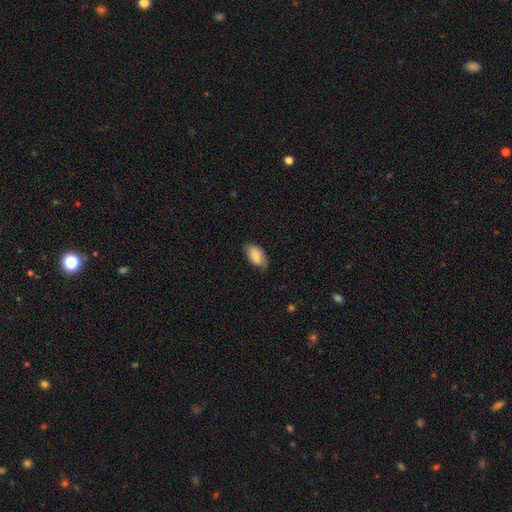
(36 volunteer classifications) Overall: smooth (81%). How rounded: in between (97%). Merging: none (70%).